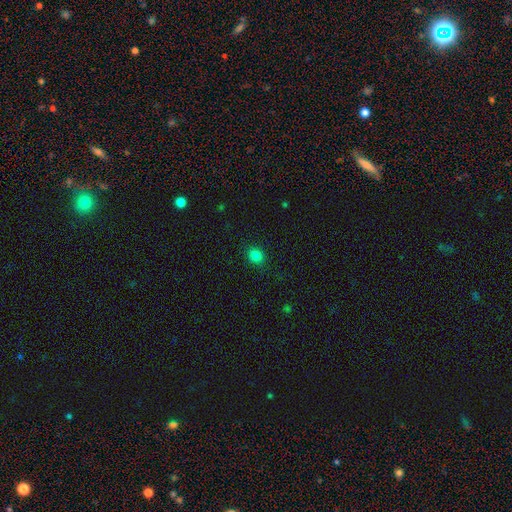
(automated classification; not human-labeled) The model was most divided on "how rounded": round: 69%, in between: 30%, cigar-shaped: 1%. More confident: merging — none (89%); smooth or featured — smooth (82%).